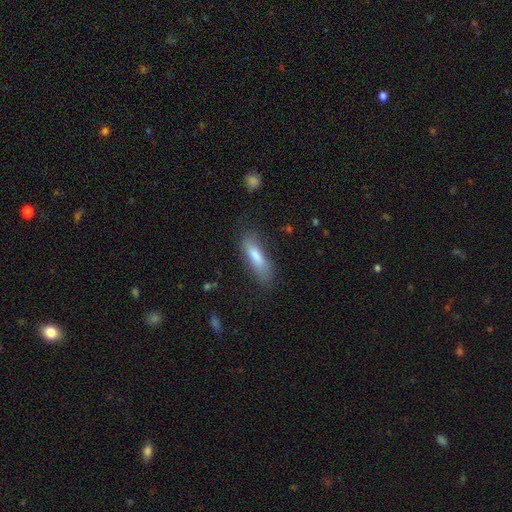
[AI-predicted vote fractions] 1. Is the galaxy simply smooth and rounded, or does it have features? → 76% smooth, 17% featured or disk, 7% star or artifact.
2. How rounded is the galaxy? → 58% cigar-shaped, 41% in between, 2% round.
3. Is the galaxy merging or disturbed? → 70% none, 21% minor disturbance, 8% major disturbance, 2% merger.